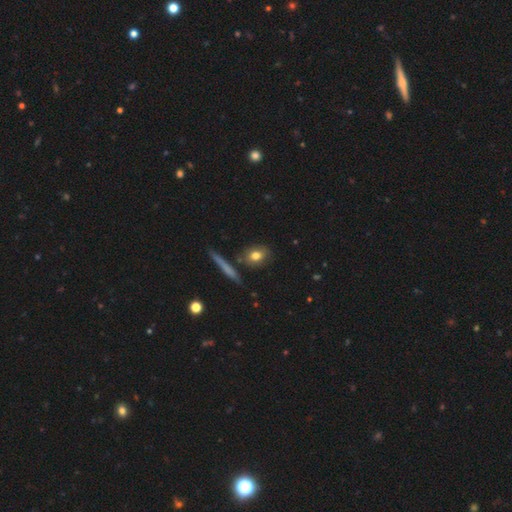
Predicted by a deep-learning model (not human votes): smooth 77%, featured or disk 14%, star or artifact 8%. Down the decision tree: how rounded — in between (53%); merging — none (78%).